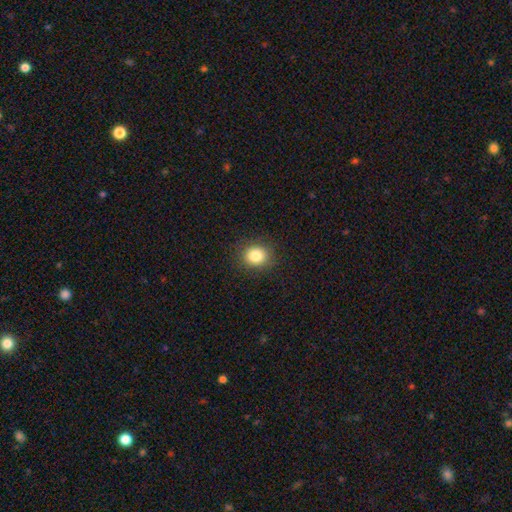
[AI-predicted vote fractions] A smooth galaxy with no disk features (84%) that is round (75%). Merging: none (89%).